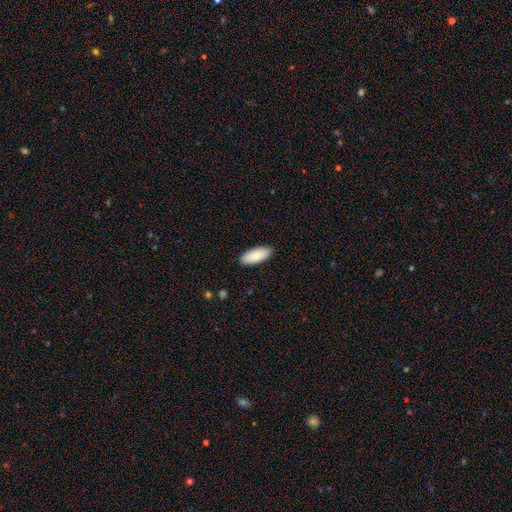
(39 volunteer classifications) A smooth galaxy with no disk features (87%) that is in between round and cigar-shaped (85%).

Vote fractions:
- Smooth or featured? smooth: 87% / star or artifact: 10% / featured or disk: 3%
- How rounded? in between: 85% / cigar-shaped: 12% / round: 3%
- Merging? none: 86% / minor disturbance: 11% / major disturbance: 3% / merger: 0%